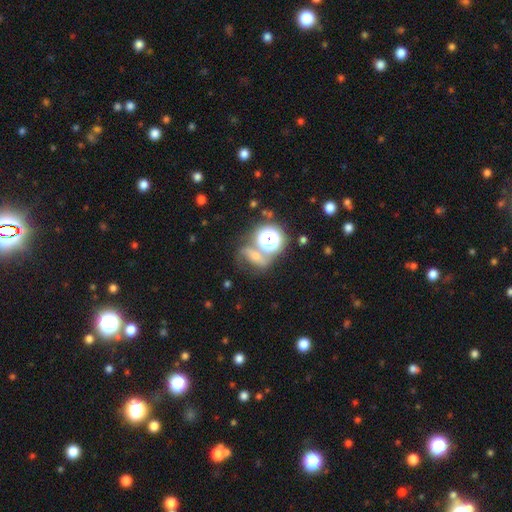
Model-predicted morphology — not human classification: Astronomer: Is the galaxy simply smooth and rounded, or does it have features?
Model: star or artifact — 39% (runner-up: smooth, 35%).